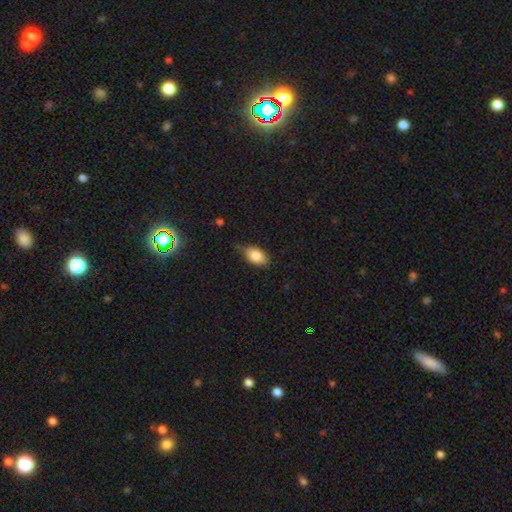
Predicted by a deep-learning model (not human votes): A smooth galaxy with no disk features (83%) that is in between round and cigar-shaped (91%).

Vote fractions:
- Smooth or featured? smooth: 83% / featured or disk: 9% / star or artifact: 7%
- How rounded? in between: 91% / round: 7% / cigar-shaped: 2%
- Merging? none: 75% / minor disturbance: 19% / major disturbance: 3% / merger: 2%